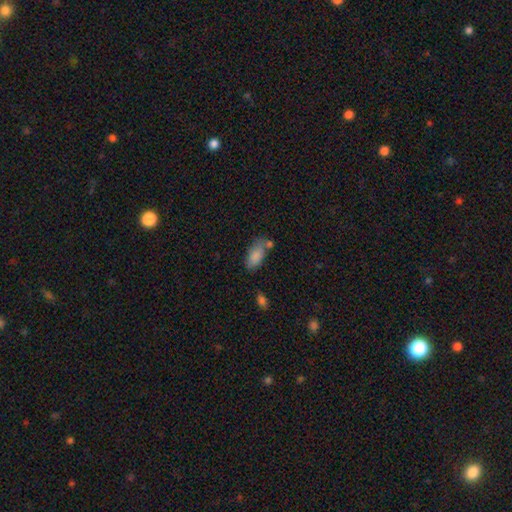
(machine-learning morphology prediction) Smooth or featured? Predicted: smooth (p=0.85). How rounded? Predicted: in between (p=0.91). Merging? Predicted: none (p=0.56).